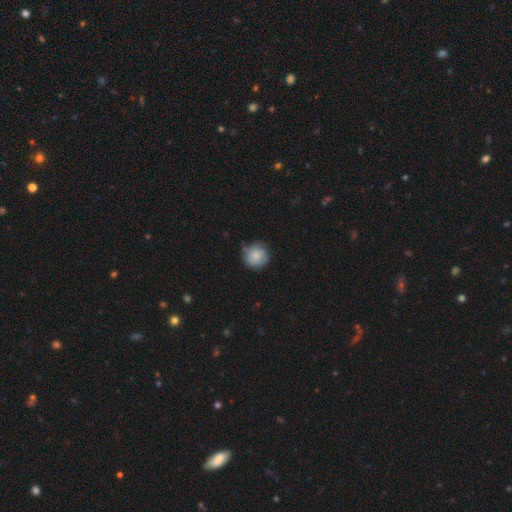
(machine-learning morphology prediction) smooth-or-featured: smooth: 78% | featured or disk: 15% | star or artifact: 7%
  how-rounded: round: 92% | in between: 7% | cigar-shaped: 1%
  merging: none: 75% | minor disturbance: 19% | major disturbance: 4% | merger: 2%